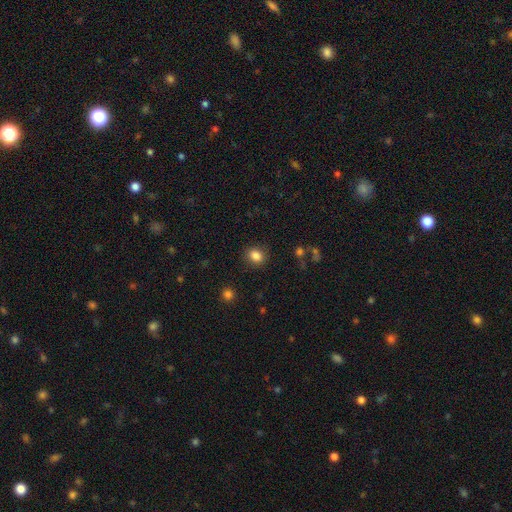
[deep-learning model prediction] smooth-or-featured: smooth: 85% | star or artifact: 10% | featured or disk: 4%
  how-rounded: round: 60% | in between: 39% | cigar-shaped: 1%
  merging: none: 87% | minor disturbance: 9% | major disturbance: 3% | merger: 1%